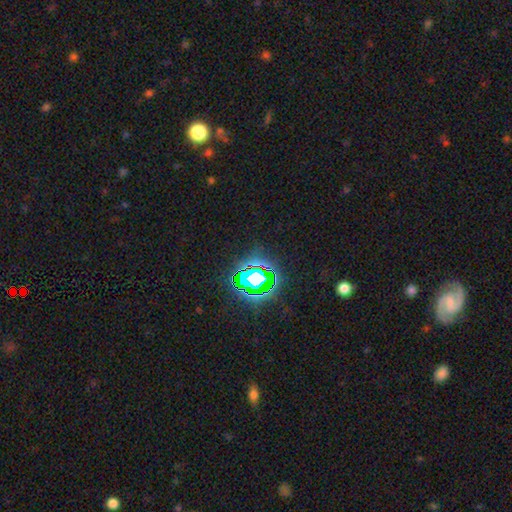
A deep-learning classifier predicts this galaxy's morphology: Smooth or featured? star or artifact (81%)